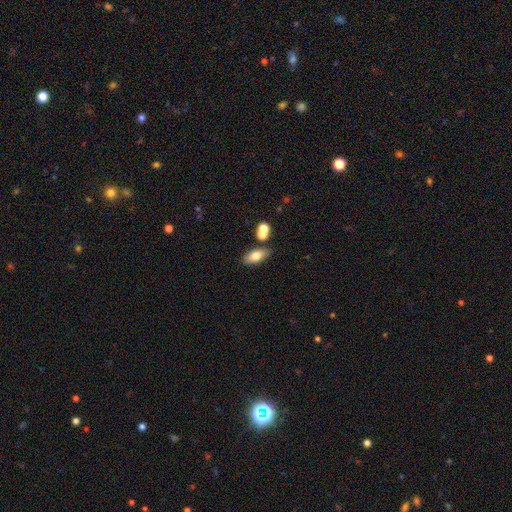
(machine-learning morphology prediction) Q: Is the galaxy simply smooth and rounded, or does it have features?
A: smooth — 73%.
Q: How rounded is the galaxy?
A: in between — 84%.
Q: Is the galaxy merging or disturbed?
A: none — 73%.